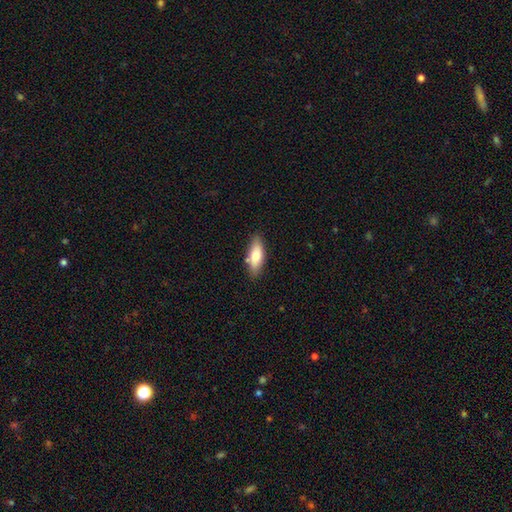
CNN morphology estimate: Smooth or featured? Predicted: smooth (p=0.72). How rounded? Predicted: in between (p=0.70). Merging? Predicted: none (p=0.81).